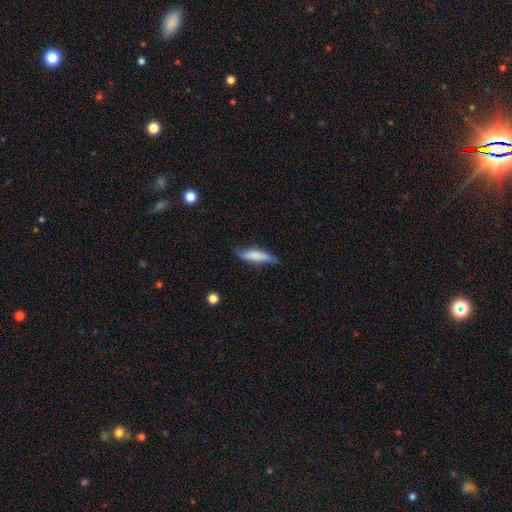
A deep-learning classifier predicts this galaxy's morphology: type=smooth (67%); roundness=cigar-shaped (66%); merging=none (57%).